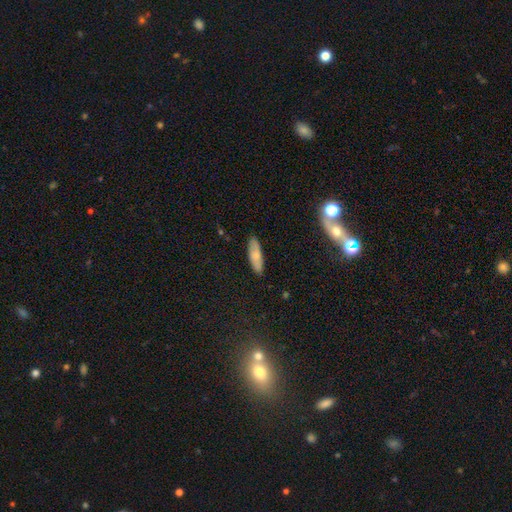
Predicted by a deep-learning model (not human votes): smooth 76%, featured or disk 17%, star or artifact 7%. Down the decision tree: how rounded — cigar-shaped (52%); merging — none (87%).